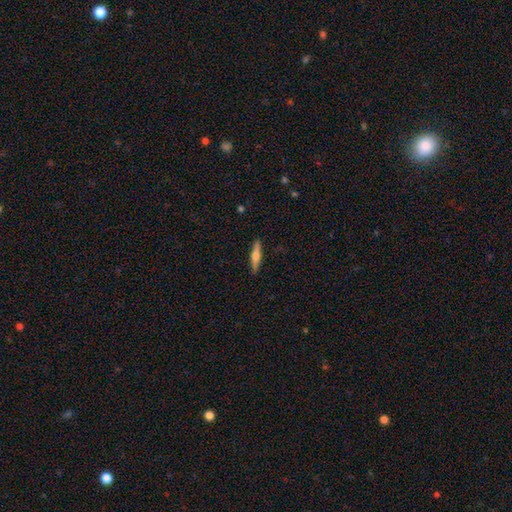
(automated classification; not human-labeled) Smooth or featured?
  - smooth: 49% *
  - featured or disk: 45%
  - star or artifact: 5%
Merging?
  - none: 91% *
  - minor disturbance: 7%
  - major disturbance: 1%
  - merger: 1%